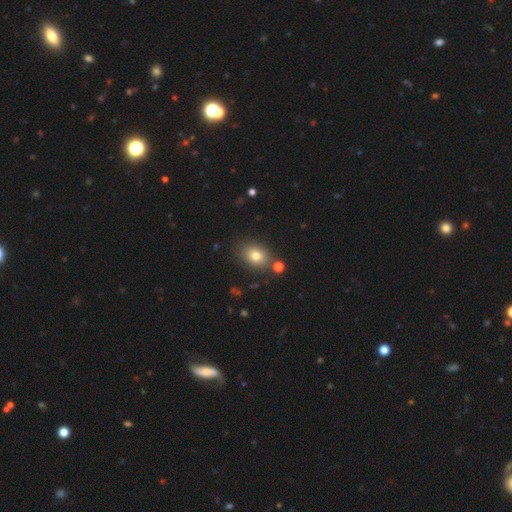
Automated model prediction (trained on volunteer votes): smooth-or-featured: smooth: 79% | star or artifact: 11% | featured or disk: 10%
  how-rounded: in between: 69% | round: 29% | cigar-shaped: 1%
  merging: none: 79% | minor disturbance: 11% | merger: 7% | major disturbance: 4%